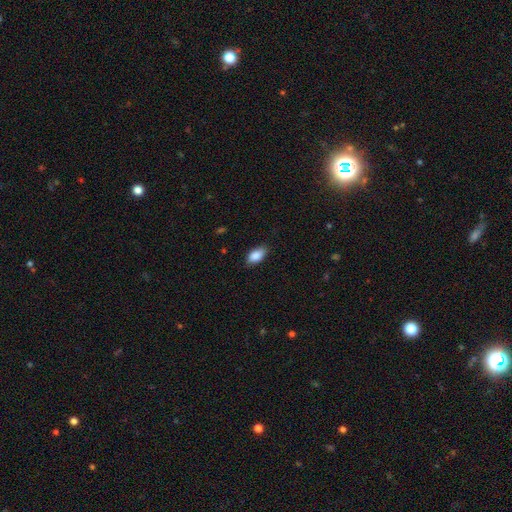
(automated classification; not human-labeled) Morphology: type=smooth (87%); roundness=in between (91%); merging=none (83%).